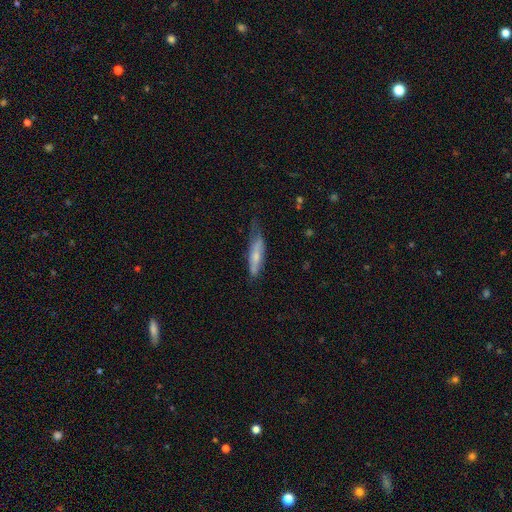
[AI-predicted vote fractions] Smooth or featured?
  - smooth: 59% *
  - featured or disk: 35%
  - star or artifact: 6%
How rounded?
  - cigar-shaped: 74% *
  - in between: 24%
  - round: 2%
Merging?
  - none: 48% *
  - minor disturbance: 36%
  - major disturbance: 15%
  - merger: 2%